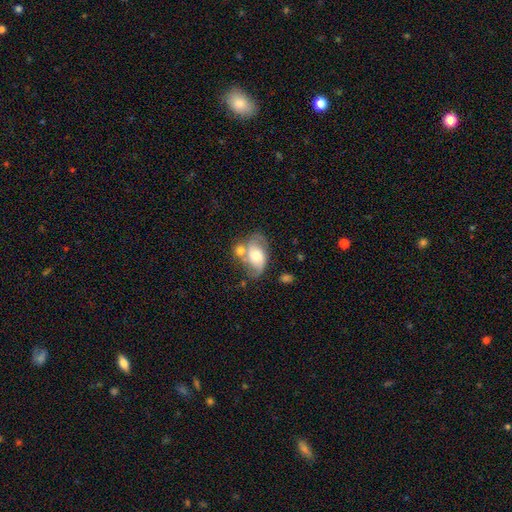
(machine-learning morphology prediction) featured or disk 65%, smooth 28%, star or artifact 8%. Down the decision tree: edge-on disk — no (97%); bar — no (59%); spiral arms — yes (86%); spiral arm count — 2 (86%); spiral winding — medium (45%); bulge size — moderate (48%); merging — none (38%).